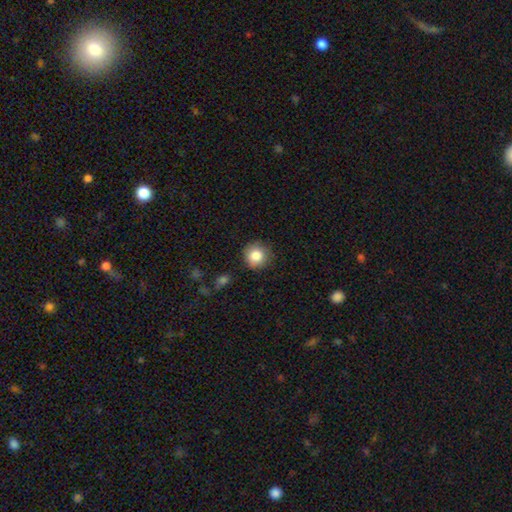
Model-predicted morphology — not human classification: smooth_or_featured: smooth (p=0.85) [alt: star or artifact p=0.09]
how_rounded: round (p=0.93) [alt: in between p=0.06]
merging: none (p=0.84) [alt: minor disturbance p=0.11]